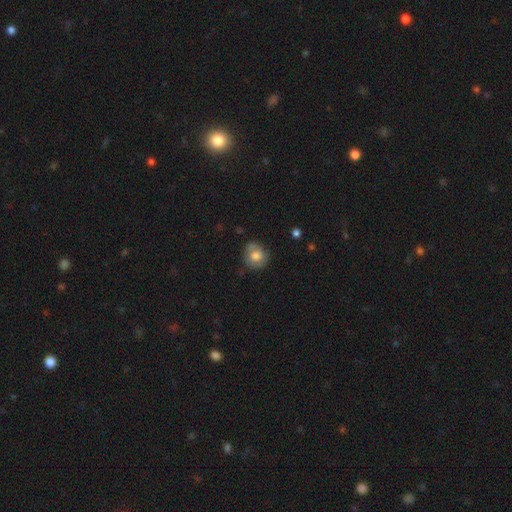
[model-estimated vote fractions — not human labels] Smooth or featured: smooth — 66% (featured or disk — 26%)
How rounded: round — 80% (in between — 19%)
Merging: none — 66% (minor disturbance — 24%)